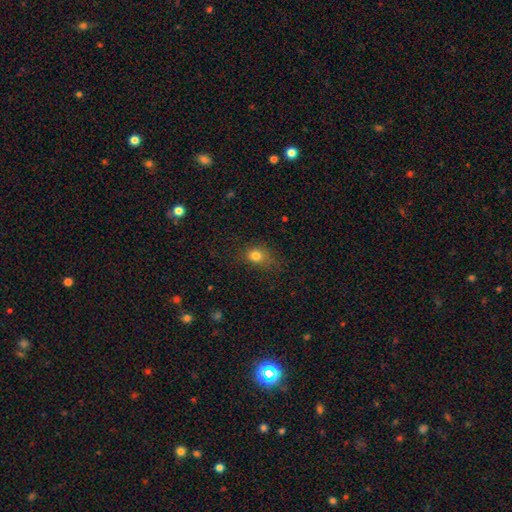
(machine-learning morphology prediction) Smooth or featured? Predicted: smooth (p=0.79). How rounded? Predicted: round (p=0.56). Merging? Predicted: none (p=0.72).